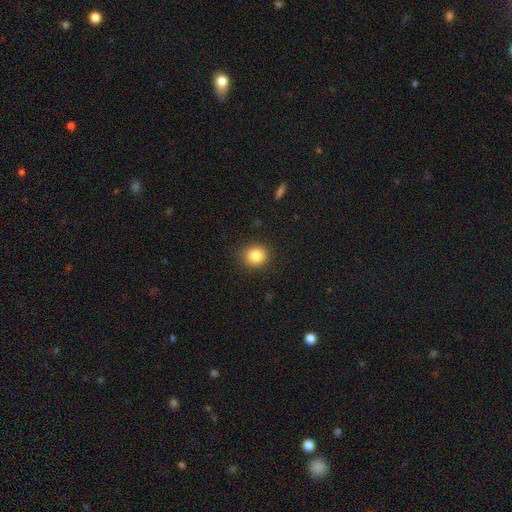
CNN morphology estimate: smooth-or-featured: smooth: 85% | star or artifact: 10% | featured or disk: 5%
  how-rounded: round: 83% | in between: 16% | cigar-shaped: 1%
  merging: none: 87% | minor disturbance: 9% | major disturbance: 3% | merger: 1%